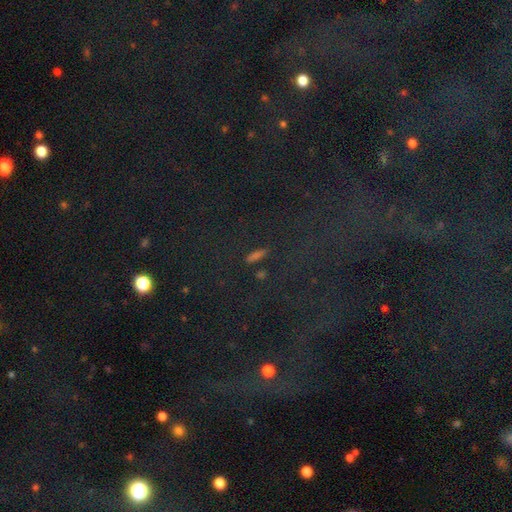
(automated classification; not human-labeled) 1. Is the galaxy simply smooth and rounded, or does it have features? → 45% star or artifact, 43% smooth, 13% featured or disk.